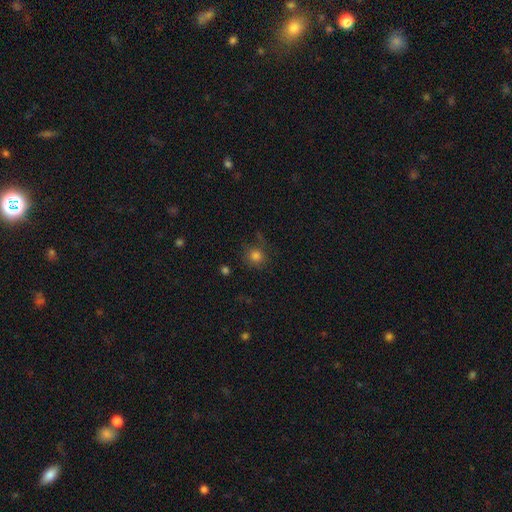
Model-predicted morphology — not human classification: The model was most divided on "merging": none: 78%, minor disturbance: 14%, major disturbance: 5%, merger: 4%. More confident: how rounded — round (87%); smooth or featured — smooth (79%).